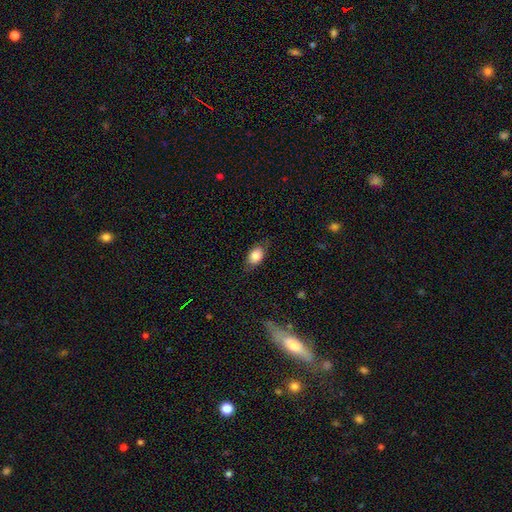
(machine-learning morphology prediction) Smooth or featured?
  - smooth: 82% *
  - featured or disk: 10%
  - star or artifact: 8%
How rounded?
  - in between: 83% *
  - round: 15%
  - cigar-shaped: 2%
Merging?
  - none: 76% *
  - minor disturbance: 17%
  - major disturbance: 5%
  - merger: 1%